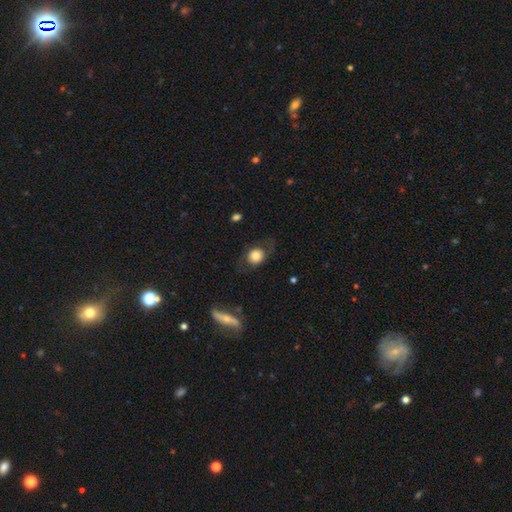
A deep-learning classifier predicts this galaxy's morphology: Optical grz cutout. It shows a smooth galaxy with no disk features (65%) that is round (64%). Merging: none (62%).